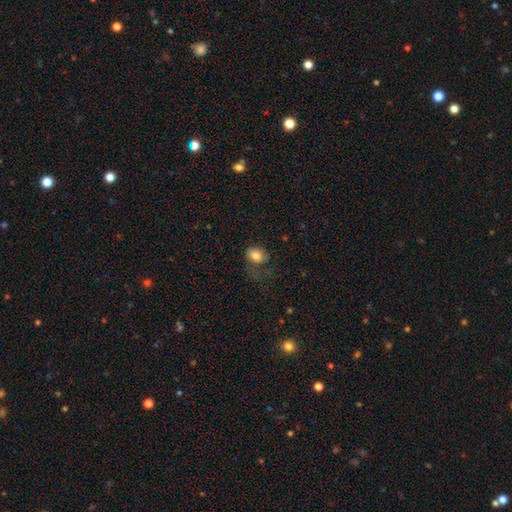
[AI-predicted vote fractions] A smooth galaxy with no disk features (80%) that is in between round and cigar-shaped (63%). Merging: none (41%).